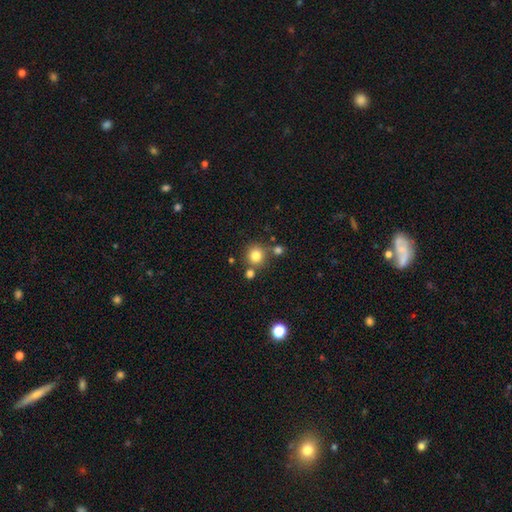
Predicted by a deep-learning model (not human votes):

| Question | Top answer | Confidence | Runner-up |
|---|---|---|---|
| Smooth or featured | smooth | 80% | star or artifact (13%) |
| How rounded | round | 91% | in between (8%) |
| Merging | none | 73% | merger (14%) |